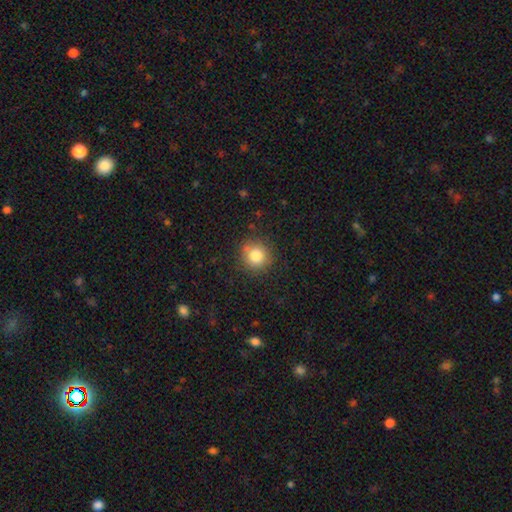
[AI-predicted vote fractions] This is clearly a smooth galaxy (81%). How rounded: clearly round (91%). Merging: clearly none (84%).